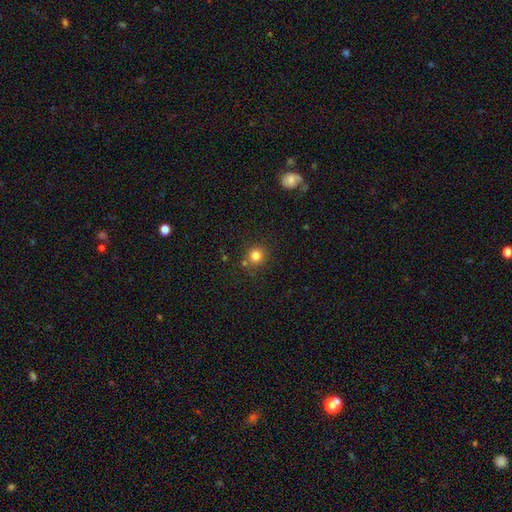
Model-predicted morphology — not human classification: Smooth or featured: smooth — 81% (star or artifact — 13%)
How rounded: round — 91% (in between — 8%)
Merging: none — 80% (minor disturbance — 9%)